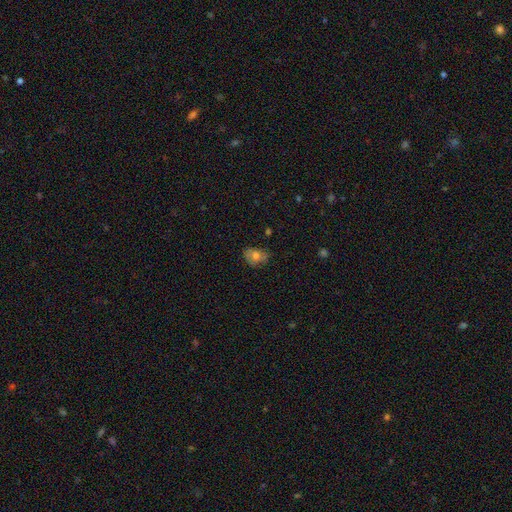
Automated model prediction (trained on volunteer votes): smooth_or_featured: smooth (p=0.67) [alt: featured or disk p=0.23]
how_rounded: in between (p=0.63) [alt: round p=0.36]
merging: none (p=0.63) [alt: minor disturbance p=0.27]